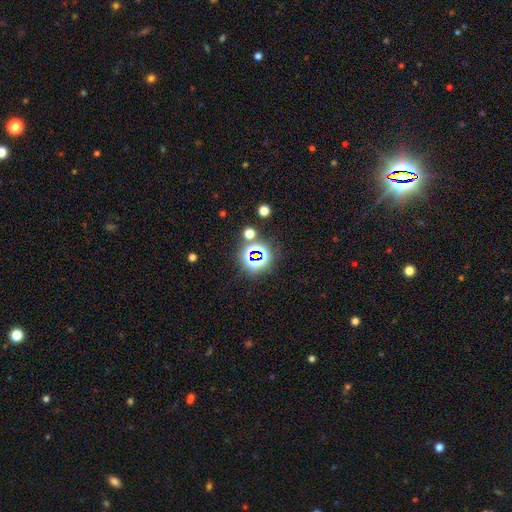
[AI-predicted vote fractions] Morphology: type=star or artifact (66%).